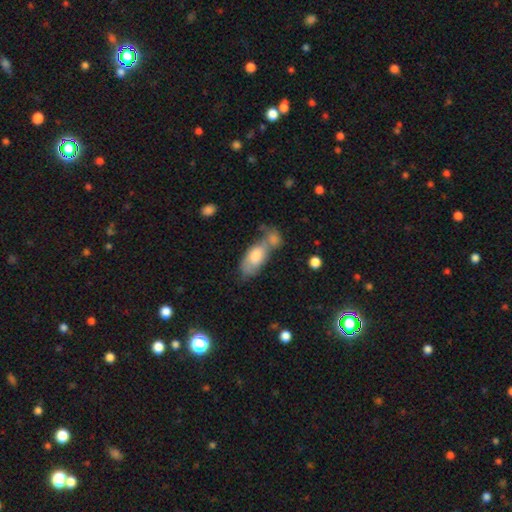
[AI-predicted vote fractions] smooth_or_featured: smooth (p=0.67) [alt: featured or disk p=0.26]
how_rounded: in between (p=0.87) [alt: cigar-shaped p=0.08]
merging: merger (p=0.42) [alt: none p=0.31]